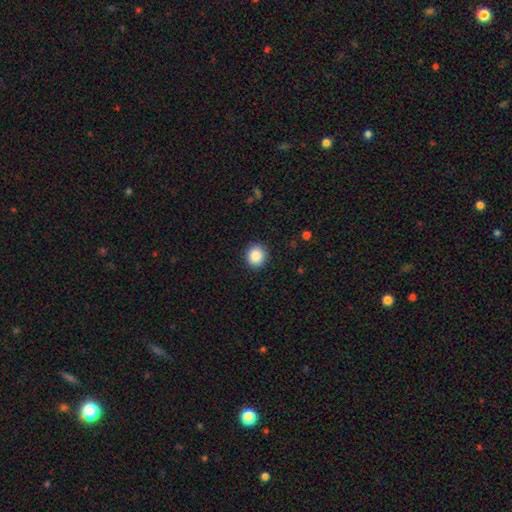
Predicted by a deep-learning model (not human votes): Morphology: type=smooth (87%); roundness=round (85%); merging=none (91%).